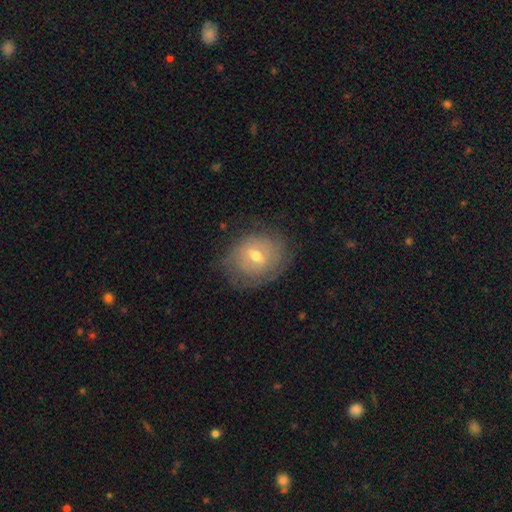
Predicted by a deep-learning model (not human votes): This is possibly a featured or disk galaxy (56%). It is clearly not viewed edge-on (95%). Bar: possibly weak (49%). Spiral arm pattern: likely yes (63%). Central bulge: likely moderate (61%). Merging: likely none (70%).